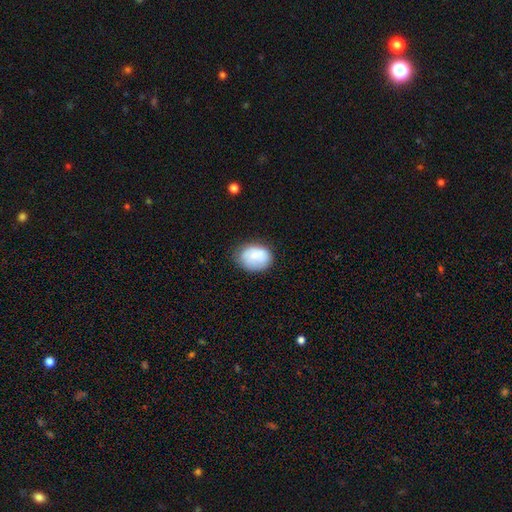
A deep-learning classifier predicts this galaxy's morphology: A smooth galaxy with no disk features (77%) that is in between round and cigar-shaped (60%). Merging: none (66%).